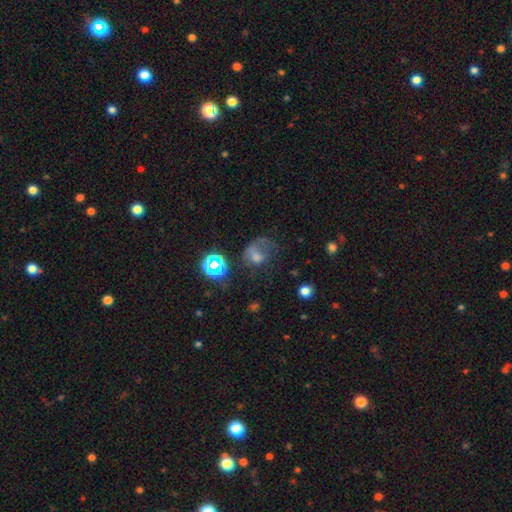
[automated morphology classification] A smooth galaxy with no disk features (48%).

Vote fractions:
- Smooth or featured? smooth: 48% / featured or disk: 26% / star or artifact: 25%
- Merging? major disturbance: 48% / none: 26% / minor disturbance: 19% / merger: 7%